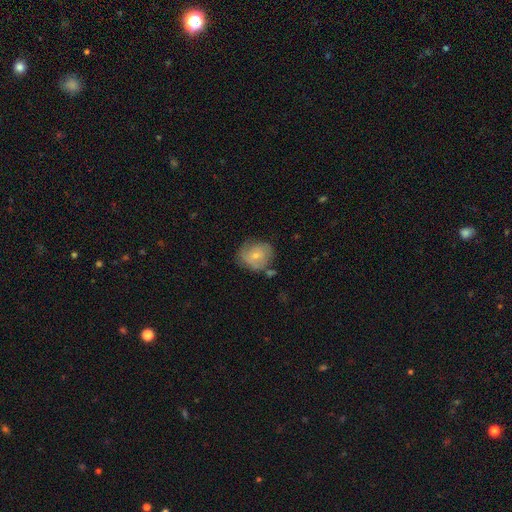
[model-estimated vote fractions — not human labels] Smooth or featured: smooth — 57% (featured or disk — 36%)
How rounded: round — 75% (in between — 24%)
Merging: none — 58% (minor disturbance — 27%)